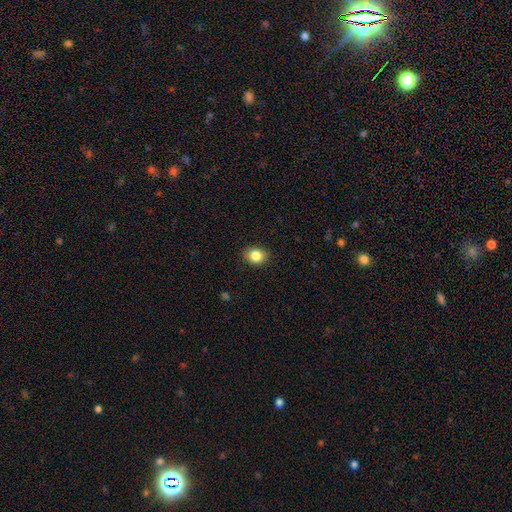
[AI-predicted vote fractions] smooth_or_featured: smooth (p=0.84) [alt: star or artifact p=0.10]
how_rounded: round (p=0.50) [alt: in between p=0.49]
merging: none (p=0.88) [alt: minor disturbance p=0.09]